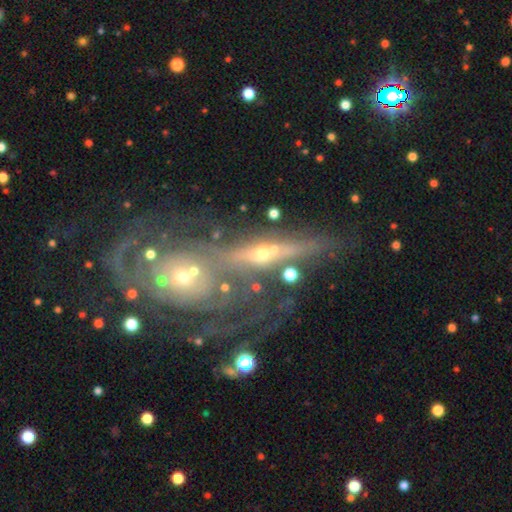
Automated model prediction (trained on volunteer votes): Q: Smooth or featured?
A: featured or disk (75%); runner-up: smooth (14%)
Q: Edge-on disk?
A: yes (52%); runner-up: no (48%)
Q: Merging?
A: merger (43%); runner-up: none (32%)